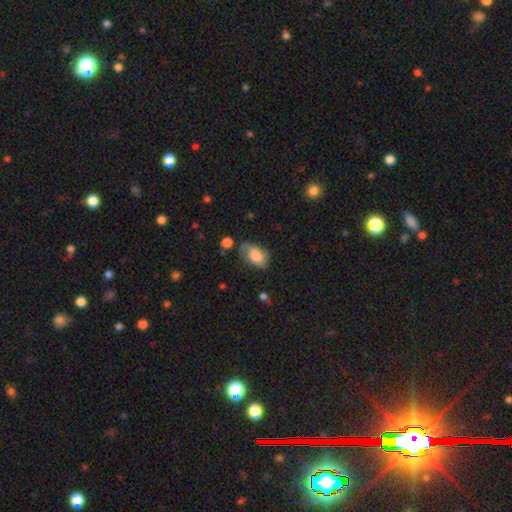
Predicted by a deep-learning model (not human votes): smooth 77%, featured or disk 15%, star or artifact 8%. Down the decision tree: how rounded — in between (91%); merging — none (53%).